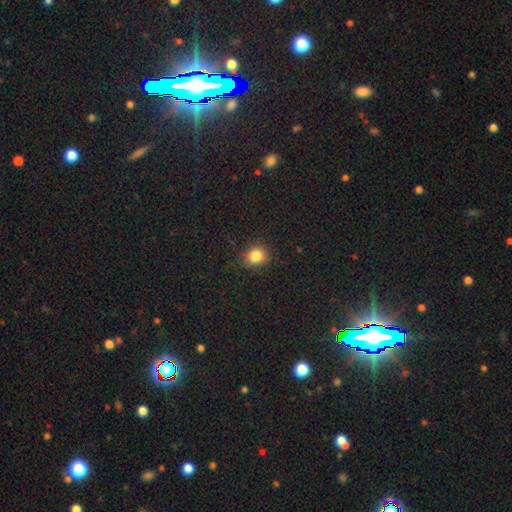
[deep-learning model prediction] Smooth or featured?
  - smooth: 83% *
  - star or artifact: 13%
  - featured or disk: 5%
How rounded?
  - round: 78% *
  - in between: 21%
  - cigar-shaped: 1%
Merging?
  - none: 85% *
  - minor disturbance: 11%
  - major disturbance: 3%
  - merger: 1%